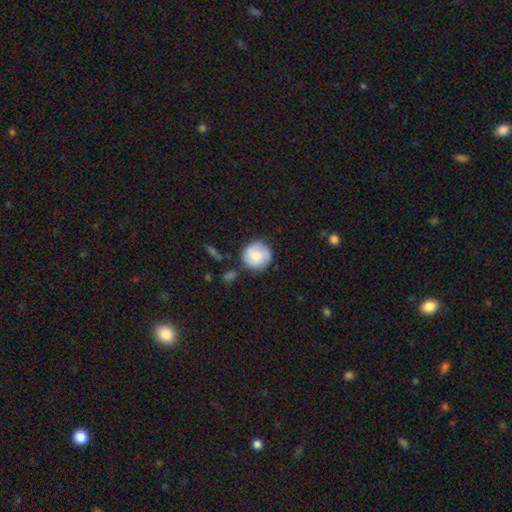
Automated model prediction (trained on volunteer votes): smooth-or-featured: smooth: 67% | featured or disk: 26% | star or artifact: 7%
  how-rounded: round: 94% | in between: 5% | cigar-shaped: 1%
  merging: none: 78% | minor disturbance: 14% | major disturbance: 4% | merger: 4%